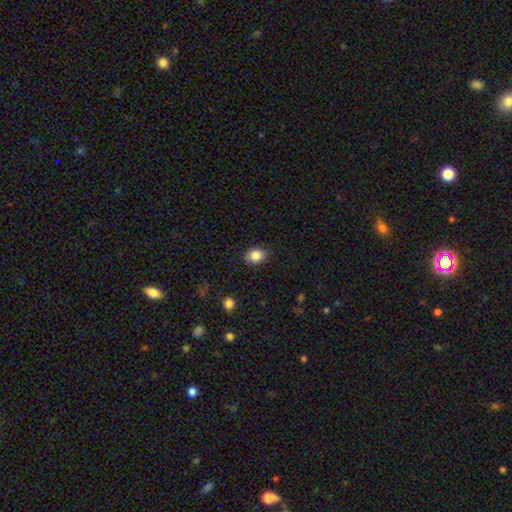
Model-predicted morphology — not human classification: Overall: smooth (86%). How rounded: in between (64%; round 35%). Merging: none (88%).